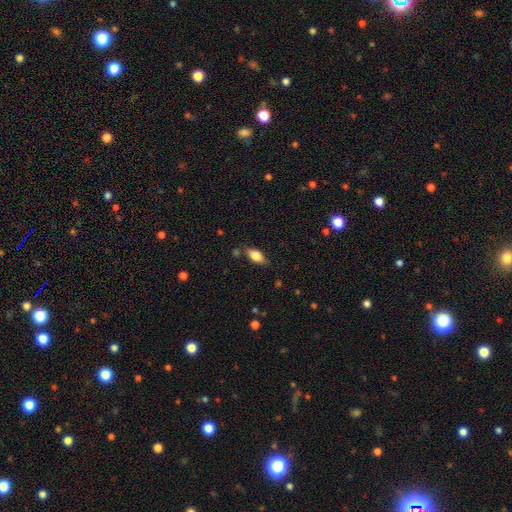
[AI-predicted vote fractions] smooth 81%, featured or disk 12%, star or artifact 7%. Down the decision tree: how rounded — in between (88%); merging — none (77%).